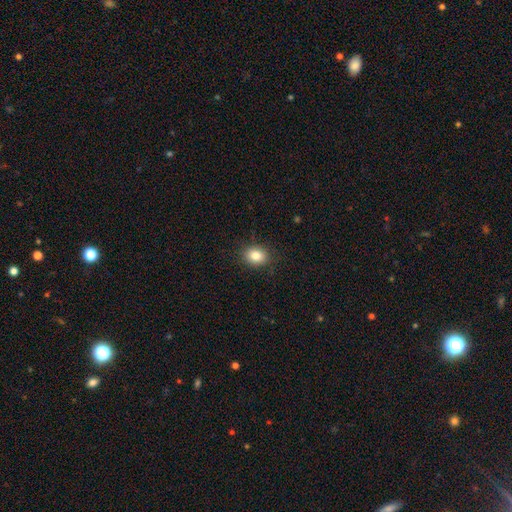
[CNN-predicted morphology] Overall: smooth (83%). How rounded: round (50%; in between 49%). Merging: none (88%).